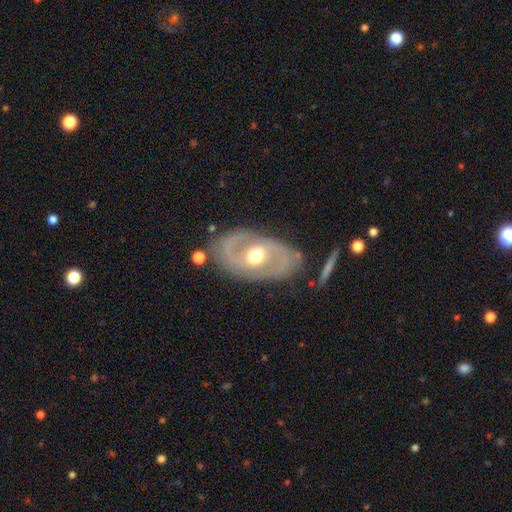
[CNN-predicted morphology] Q: Smooth or featured?
A: featured or disk (77%); runner-up: smooth (19%)
Q: Edge-on disk?
A: no (93%); runner-up: yes (7%)
Q: Bar?
A: no (45%); runner-up: weak (39%)
Q: Spiral arms?
A: yes (64%); runner-up: no (36%)
Q: Bulge size?
A: moderate (75%); runner-up: small (12%)
Q: Merging?
A: none (78%); runner-up: minor disturbance (13%)